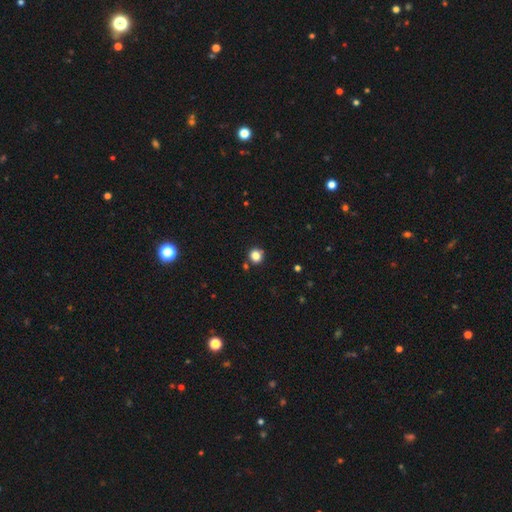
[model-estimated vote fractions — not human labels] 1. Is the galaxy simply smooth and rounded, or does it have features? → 83% smooth, 13% star or artifact, 4% featured or disk.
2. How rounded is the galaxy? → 88% round, 12% in between, 1% cigar-shaped.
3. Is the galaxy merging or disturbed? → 83% none, 9% minor disturbance, 5% merger, 3% major disturbance.